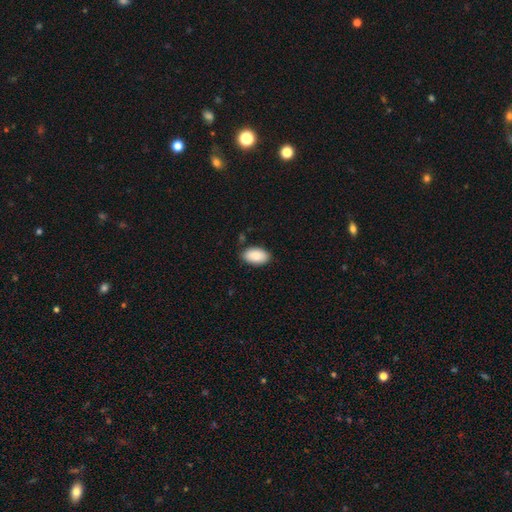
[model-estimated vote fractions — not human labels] smooth 88%, star or artifact 6%, featured or disk 6%. Down the decision tree: how rounded — in between (94%); merging — none (84%).